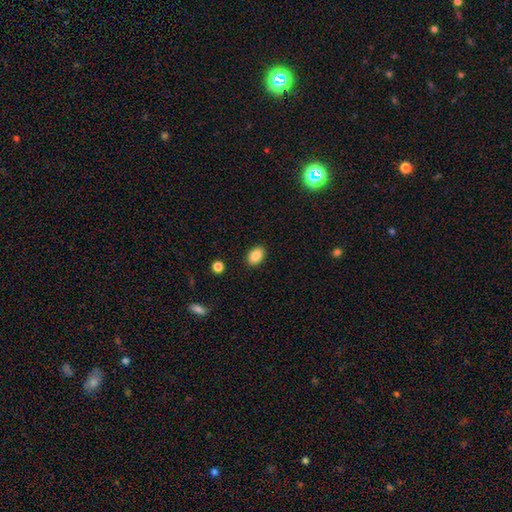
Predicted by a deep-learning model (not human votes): Smooth or featured? smooth (87%)
How rounded? in between (85%)
Merging? none (89%)